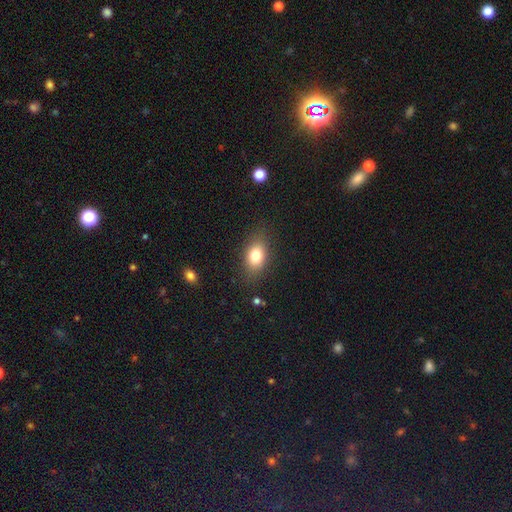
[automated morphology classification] Smooth or featured? Predicted: smooth (p=0.78). How rounded? Predicted: in between (p=0.81). Merging? Predicted: none (p=0.83).